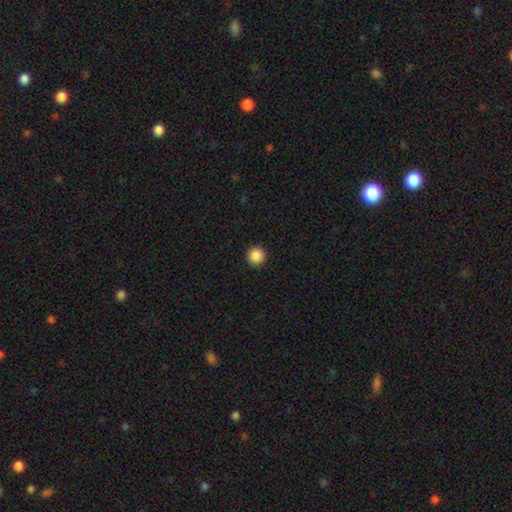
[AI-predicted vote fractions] smooth 88%, star or artifact 9%, featured or disk 3%. Down the decision tree: how rounded — round (96%); merging — none (93%).